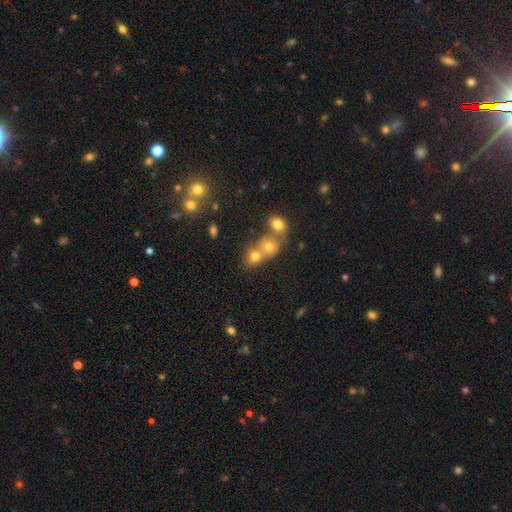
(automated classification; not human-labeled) The model was most divided on "merging": merger: 50%, none: 39%, minor disturbance: 7%, major disturbance: 4%. More confident: how rounded — round (72%); smooth or featured — smooth (64%).